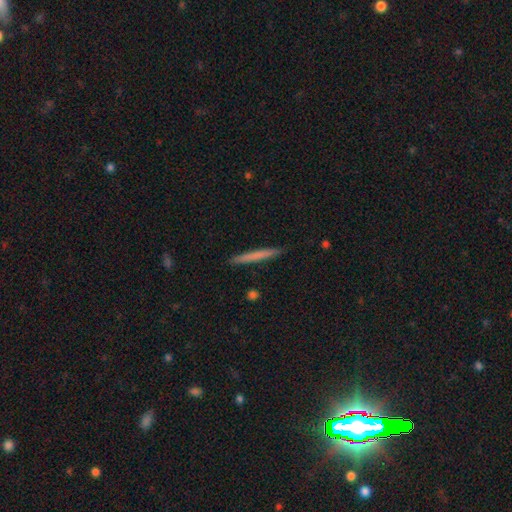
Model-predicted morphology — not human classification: A smooth galaxy with no disk features (69%) that is cigar-shaped (97%). Merging: none (92%).